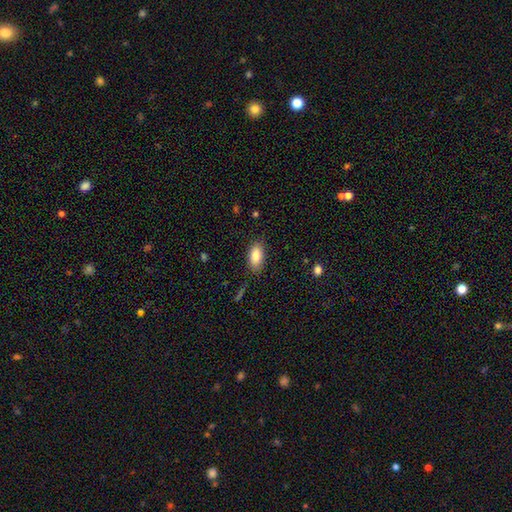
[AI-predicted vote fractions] smooth-or-featured: smooth: 86% | star or artifact: 7% | featured or disk: 7%
  how-rounded: in between: 91% | cigar-shaped: 5% | round: 4%
  merging: none: 83% | minor disturbance: 12% | major disturbance: 3% | merger: 1%